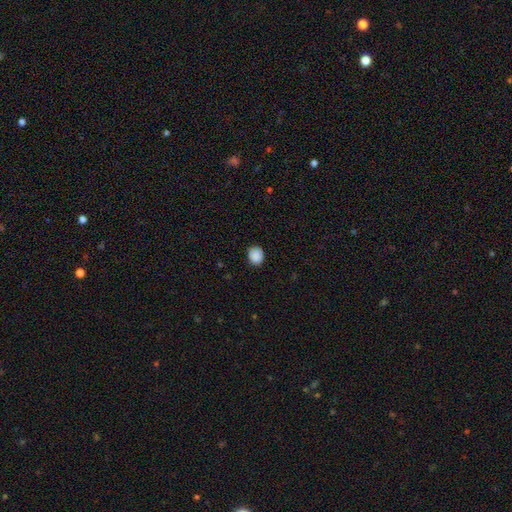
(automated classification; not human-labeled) A smooth galaxy with no disk features (88%) that is round (66%). Merging: none (85%).